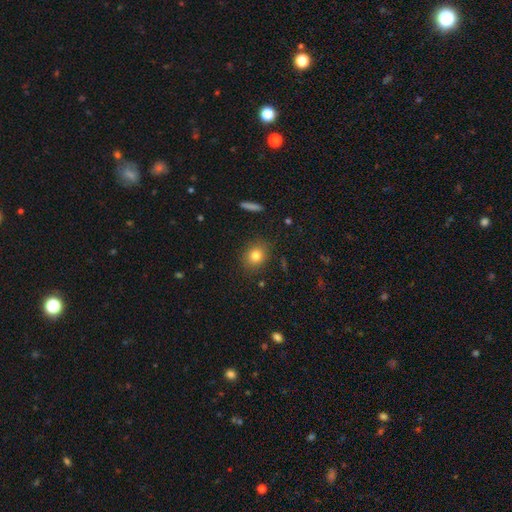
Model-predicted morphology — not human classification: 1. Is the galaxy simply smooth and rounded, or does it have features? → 81% smooth, 11% star or artifact, 8% featured or disk.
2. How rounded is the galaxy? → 67% round, 32% in between, 1% cigar-shaped.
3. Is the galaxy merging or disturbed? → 86% none, 10% minor disturbance, 3% major disturbance, 1% merger.